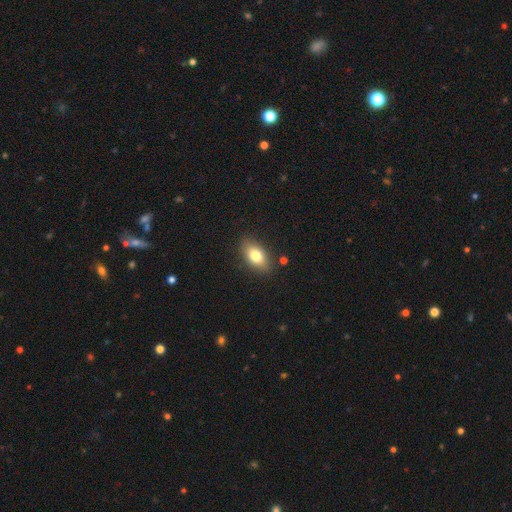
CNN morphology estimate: A smooth galaxy with no disk features (78%) that is in between round and cigar-shaped (88%).

Vote fractions:
- Smooth or featured? smooth: 78% / featured or disk: 14% / star or artifact: 8%
- How rounded? in between: 88% / round: 8% / cigar-shaped: 4%
- Merging? none: 84% / minor disturbance: 11% / major disturbance: 3% / merger: 2%